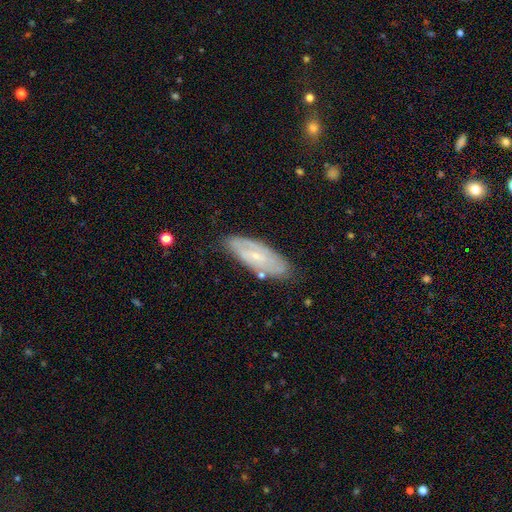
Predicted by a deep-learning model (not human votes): Smooth or featured? featured or disk (59%)
Edge-on disk? no (82%)
Merging? none (76%)